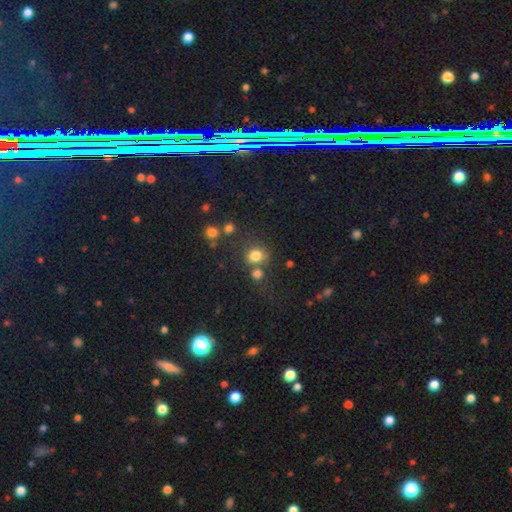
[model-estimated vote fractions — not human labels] This is likely a smooth galaxy (77%). How rounded: likely round (75%). Merging: likely none (62%).